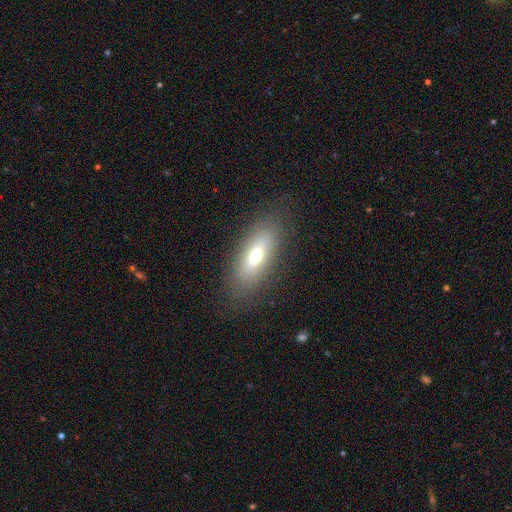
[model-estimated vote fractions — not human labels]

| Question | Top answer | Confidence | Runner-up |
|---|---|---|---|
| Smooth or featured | smooth | 65% | featured or disk (25%) |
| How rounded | in between | 73% | cigar-shaped (23%) |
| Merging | none | 82% | minor disturbance (11%) |